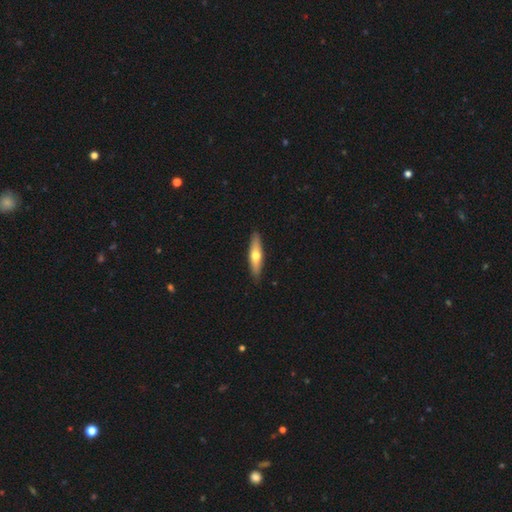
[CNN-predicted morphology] This appears to be a smooth galaxy with no disk features (52%) that is cigar-shaped (73%). Merging: none (90%).